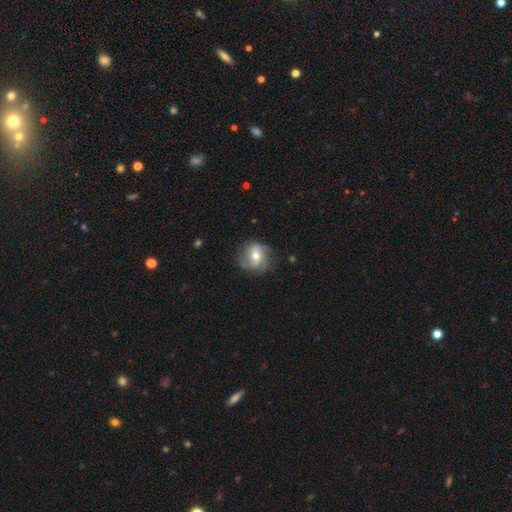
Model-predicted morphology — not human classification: This appears to be a featured or disk galaxy (59%) with no bar (54%), spiral arms (82%) and a moderate central bulge (71%). Merging: none (70%).